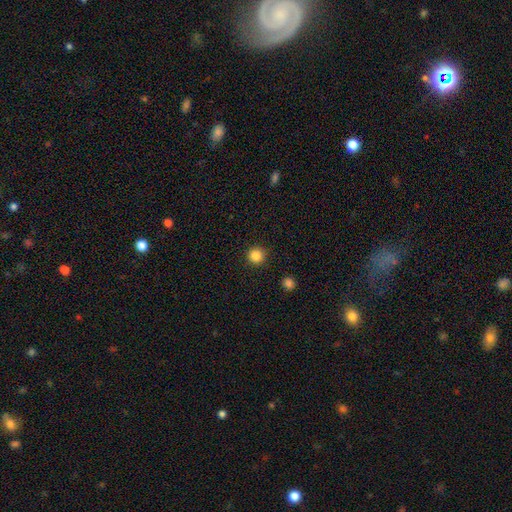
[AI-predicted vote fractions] Smooth or featured: smooth — 85% (star or artifact — 11%)
How rounded: round — 95% (in between — 4%)
Merging: none — 91% (minor disturbance — 5%)